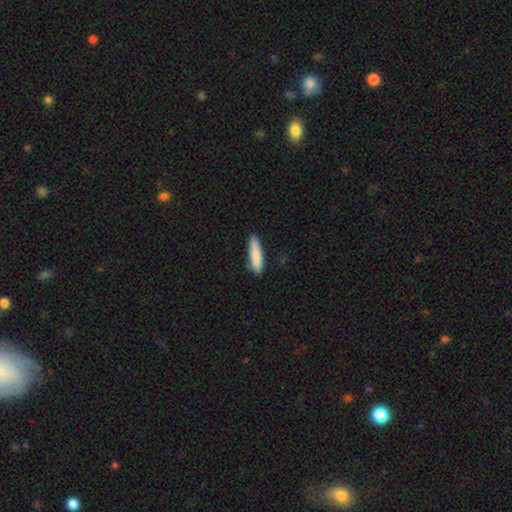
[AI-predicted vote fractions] Smooth or featured? smooth (85%)
How rounded? cigar-shaped (76%)
Merging? none (85%)